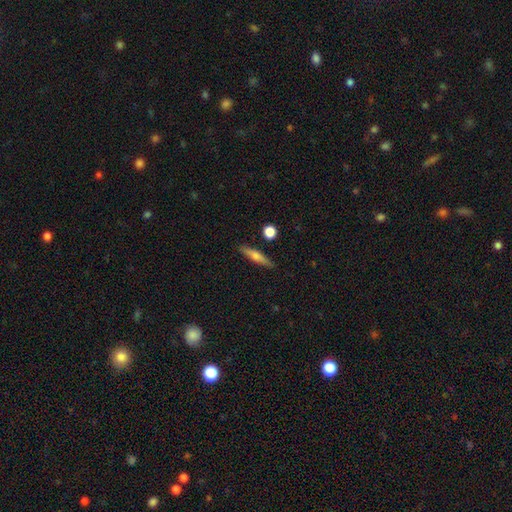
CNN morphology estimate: Smooth or featured? Predicted: smooth (p=0.54). How rounded? Predicted: cigar-shaped (p=0.82). Merging? Predicted: none (p=0.86).